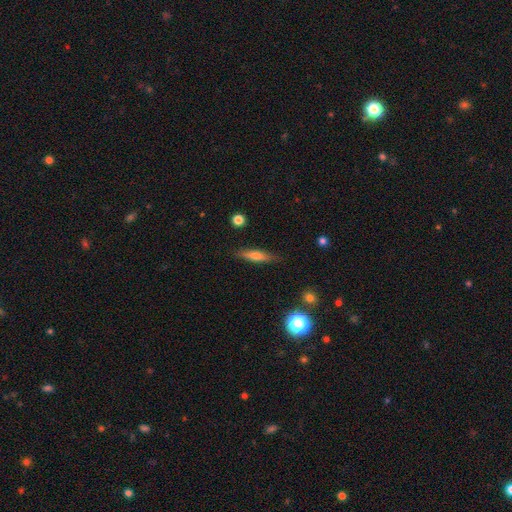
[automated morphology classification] A smooth galaxy with no disk features (60%) that is cigar-shaped (80%).

Vote fractions:
- Smooth or featured? smooth: 60% / featured or disk: 32% / star or artifact: 7%
- How rounded? cigar-shaped: 80% / in between: 18% / round: 2%
- Merging? none: 85% / minor disturbance: 11% / major disturbance: 2% / merger: 2%